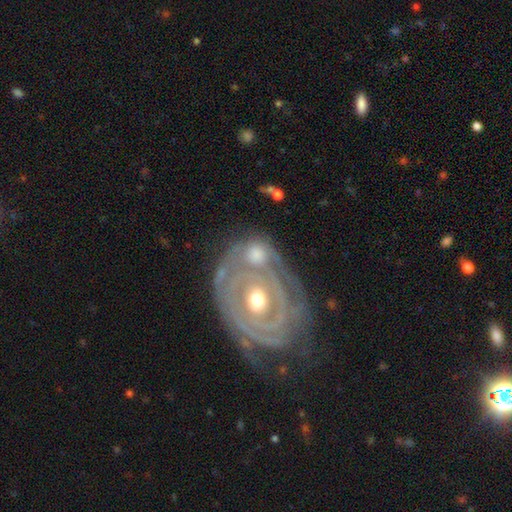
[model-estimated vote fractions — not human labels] Smooth or featured? featured or disk (70%)
Edge-on disk? no (96%)
Bar? no (74%)
Spiral arms? yes (75%)
Bulge size? moderate (68%)
Merging? none (43%)